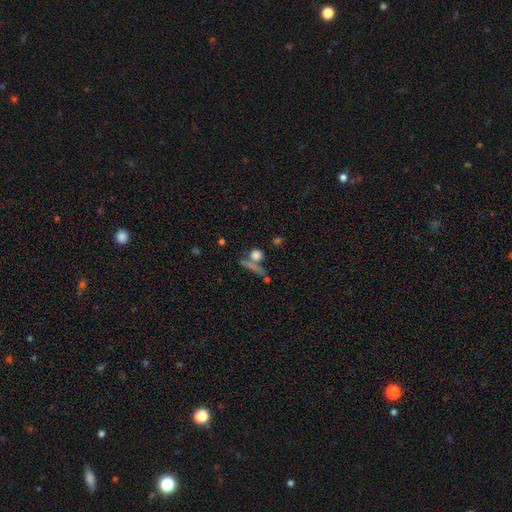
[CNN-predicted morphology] This appears to be a smooth galaxy with no disk features (69%) that is round (72%). Merging: none (54%).